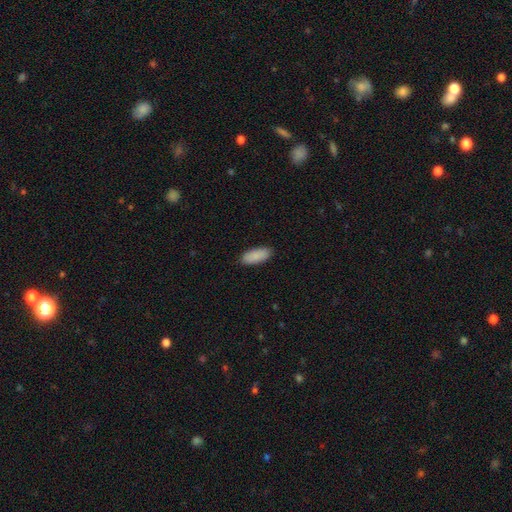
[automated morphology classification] Q: Smooth or featured?
A: smooth (91%); runner-up: star or artifact (6%)
Q: How rounded?
A: in between (82%); runner-up: cigar-shaped (16%)
Q: Merging?
A: none (89%); runner-up: minor disturbance (9%)